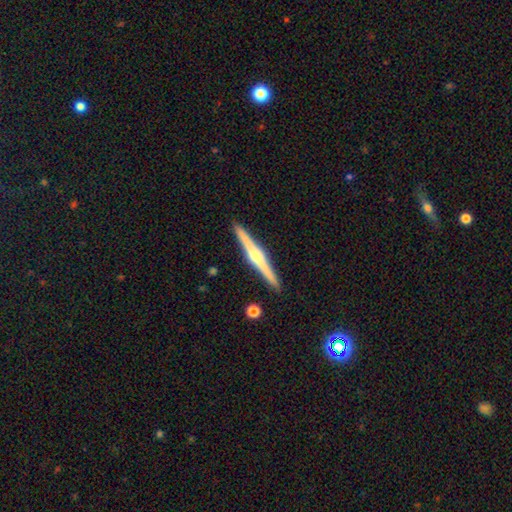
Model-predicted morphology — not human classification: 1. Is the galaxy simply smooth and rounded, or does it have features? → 77% featured or disk, 18% smooth, 5% star or artifact.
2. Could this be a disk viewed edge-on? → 98% yes, 2% no.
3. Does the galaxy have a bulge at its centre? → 87% rounded, 8% boxy, 6% none.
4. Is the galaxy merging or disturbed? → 91% none, 6% minor disturbance, 1% major disturbance, 1% merger.